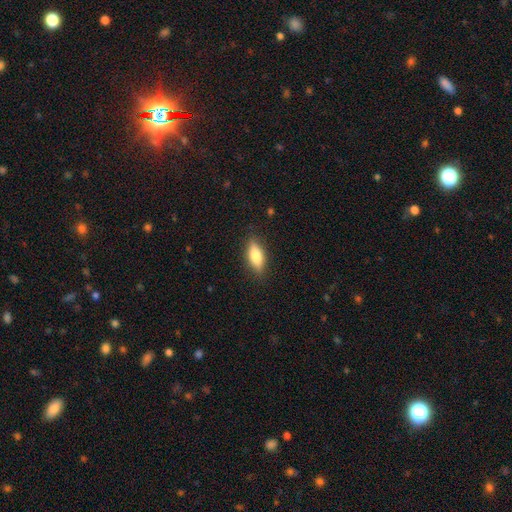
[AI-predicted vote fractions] This appears to be a smooth galaxy with no disk features (77%) that is in between round and cigar-shaped (71%). Merging: none (86%).